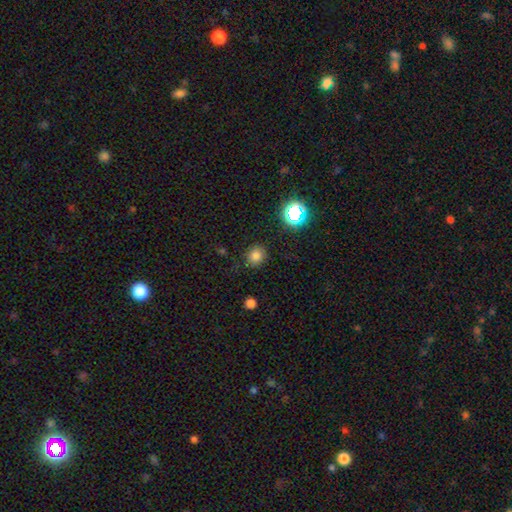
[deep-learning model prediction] smooth 78%, star or artifact 17%, featured or disk 5%. Down the decision tree: how rounded — round (84%); merging — none (85%).